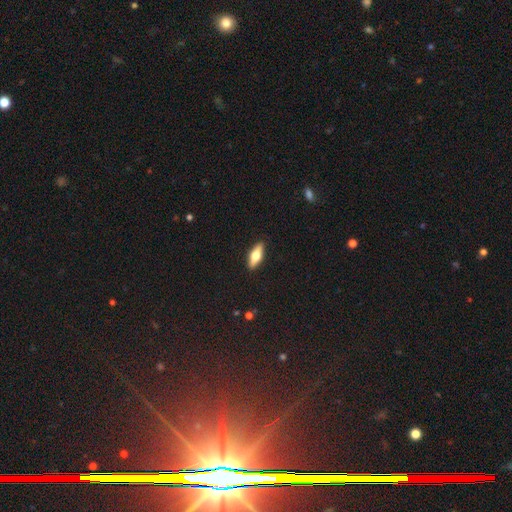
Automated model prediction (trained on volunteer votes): A smooth galaxy with no disk features (56%) that is in between round and cigar-shaped (59%).

Vote fractions:
- Smooth or featured? smooth: 56% / featured or disk: 38% / star or artifact: 6%
- How rounded? in between: 59% / cigar-shaped: 38% / round: 3%
- Merging? none: 90% / minor disturbance: 7% / major disturbance: 2% / merger: 1%